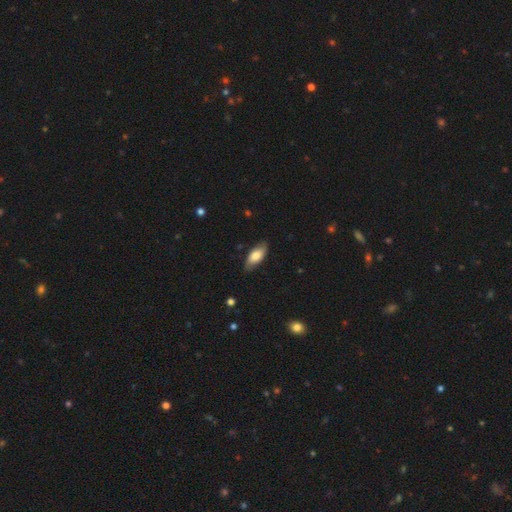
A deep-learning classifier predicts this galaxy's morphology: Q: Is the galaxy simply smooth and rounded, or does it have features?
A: smooth — 70%.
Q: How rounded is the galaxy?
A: in between — 84%.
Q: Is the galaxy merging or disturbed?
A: none — 81%.